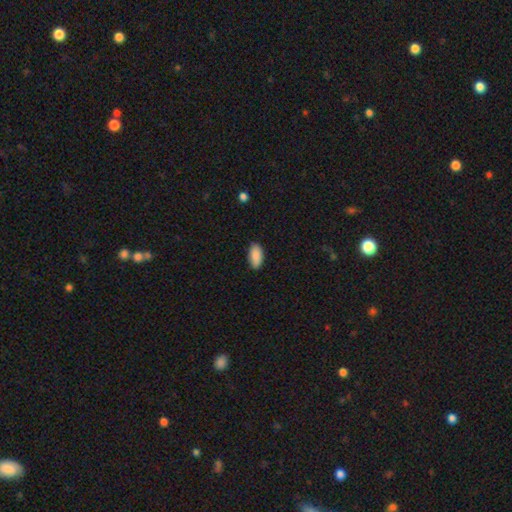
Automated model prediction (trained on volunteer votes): The model was most divided on "merging": none: 85%, minor disturbance: 12%, major disturbance: 2%, merger: 1%. More confident: how rounded — in between (92%); smooth or featured — smooth (89%).